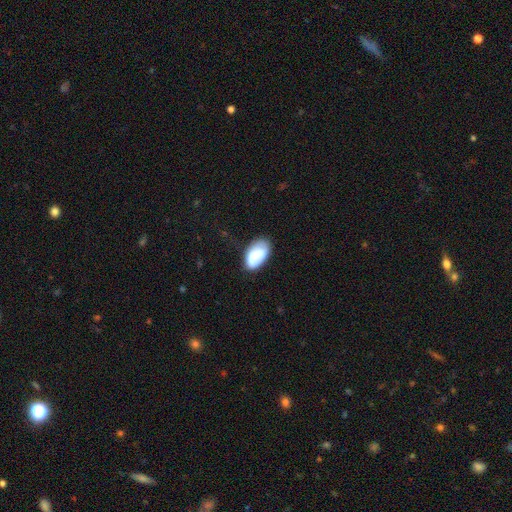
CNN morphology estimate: smooth 68%, featured or disk 25%, star or artifact 7%. Down the decision tree: how rounded — in between (94%); merging — none (67%).